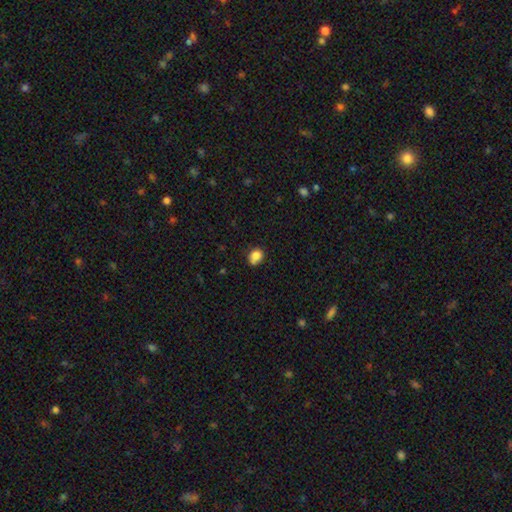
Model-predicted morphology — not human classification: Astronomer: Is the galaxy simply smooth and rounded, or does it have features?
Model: smooth — 83%.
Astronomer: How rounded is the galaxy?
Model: round — 58% (runner-up: in between, 41%).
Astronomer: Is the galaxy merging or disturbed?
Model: none — 58%.